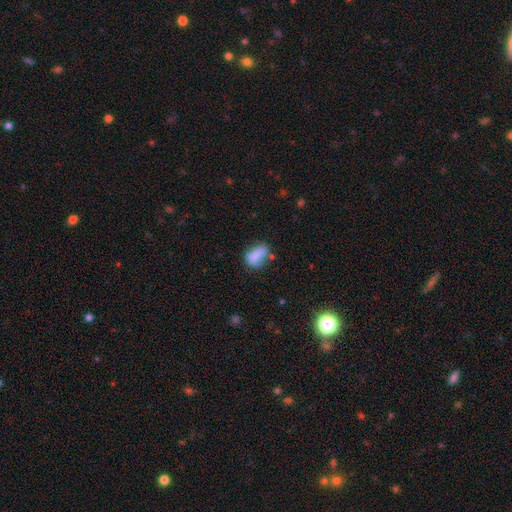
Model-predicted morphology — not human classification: The model was most divided on "merging": none: 41%, minor disturbance: 30%, major disturbance: 16%, merger: 13%. More confident: how rounded — in between (83%); smooth or featured — smooth (76%).